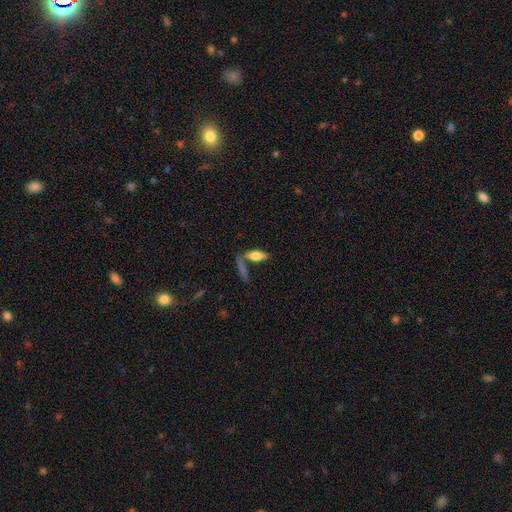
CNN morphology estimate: Overall: smooth (66%). How rounded: in between (60%; cigar-shaped 37%). Merging: none (56%; merger 24%).